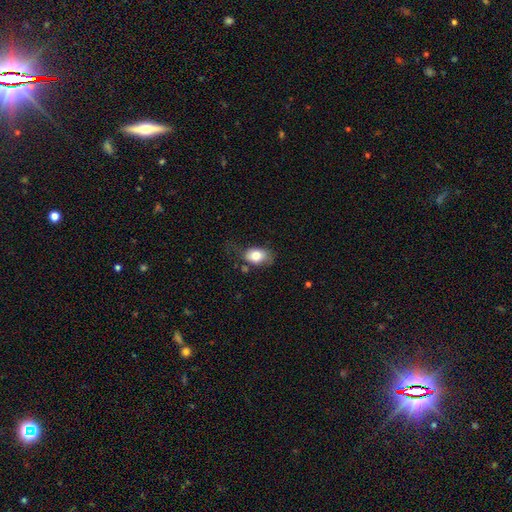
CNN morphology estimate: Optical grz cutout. It shows a smooth galaxy with no disk features (80%) that is in between round and cigar-shaped (80%). Merging: none (54%).